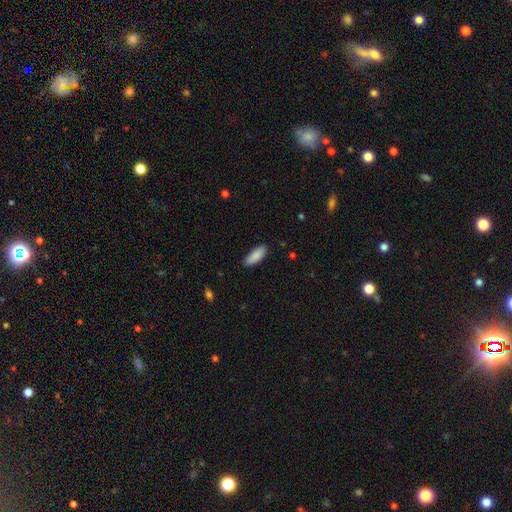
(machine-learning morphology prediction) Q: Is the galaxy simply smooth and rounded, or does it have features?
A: smooth — 88%.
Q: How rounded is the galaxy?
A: in between — 67%.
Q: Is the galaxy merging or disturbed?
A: none — 85%.